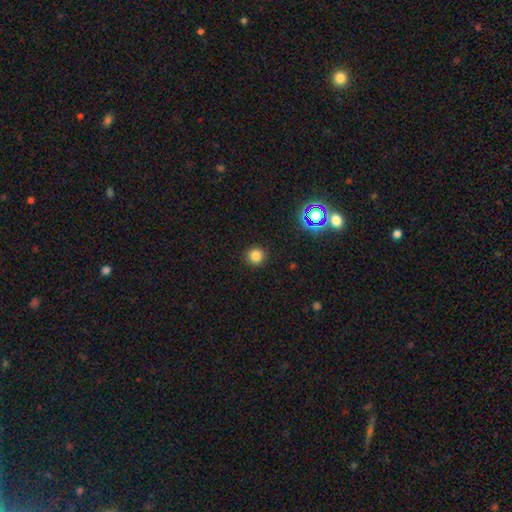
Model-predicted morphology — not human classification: type=smooth (80%); roundness=round (94%); merging=none (92%).